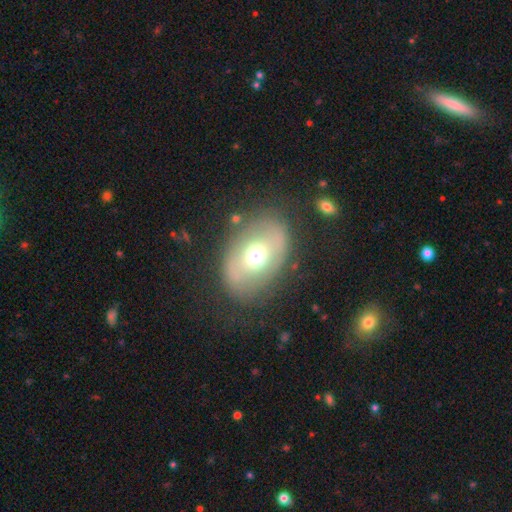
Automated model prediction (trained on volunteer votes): A featured or disk galaxy (46%, tied with smooth). Merging: none (76%).